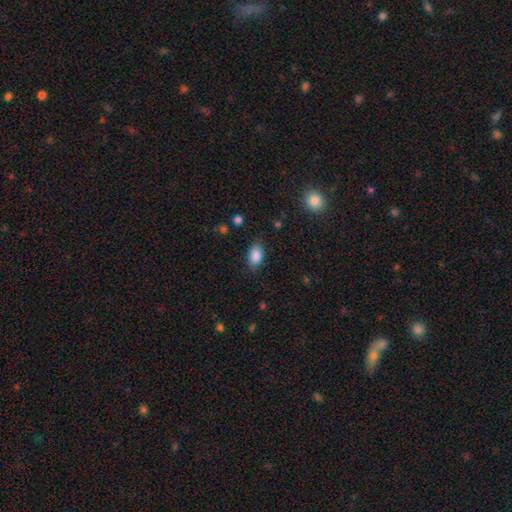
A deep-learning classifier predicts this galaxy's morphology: smooth_or_featured: smooth (p=0.87) [alt: star or artifact p=0.08]
how_rounded: in between (p=0.89) [alt: round p=0.09]
merging: none (p=0.81) [alt: minor disturbance p=0.14]